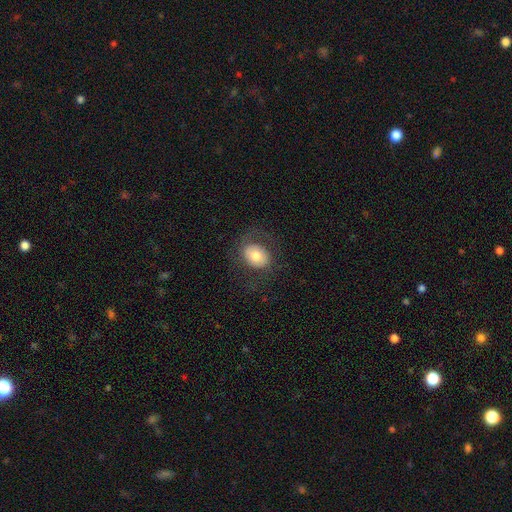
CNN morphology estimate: Q: Smooth or featured?
A: smooth (64%); runner-up: featured or disk (27%)
Q: How rounded?
A: in between (50%); runner-up: round (49%)
Q: Merging?
A: none (71%); runner-up: minor disturbance (15%)